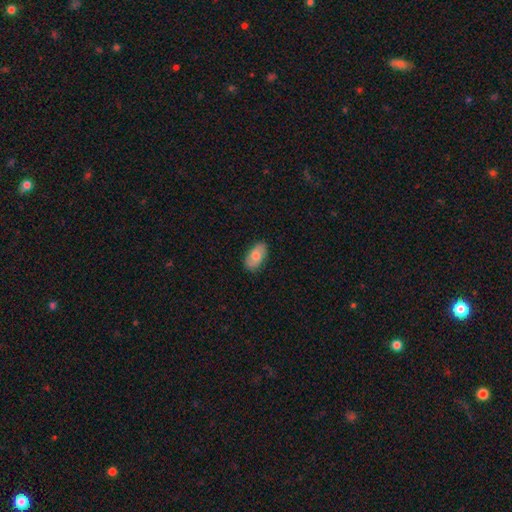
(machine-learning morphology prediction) The model was most divided on "smooth or featured": smooth: 72%, featured or disk: 21%, star or artifact: 6%. More confident: how rounded — in between (93%); merging — none (83%).